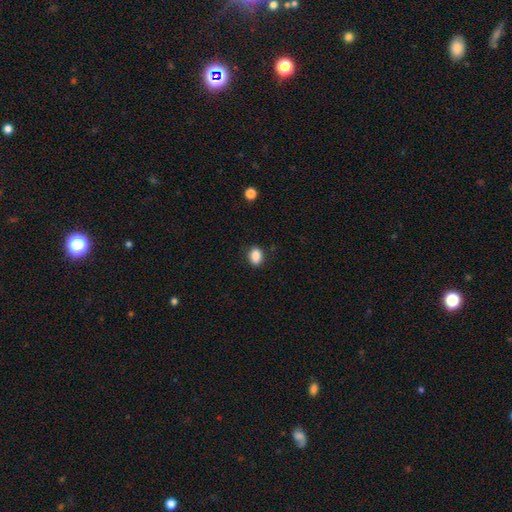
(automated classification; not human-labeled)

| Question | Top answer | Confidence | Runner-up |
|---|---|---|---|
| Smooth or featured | smooth | 88% | star or artifact (9%) |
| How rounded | in between | 73% | round (26%) |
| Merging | none | 82% | minor disturbance (13%) |